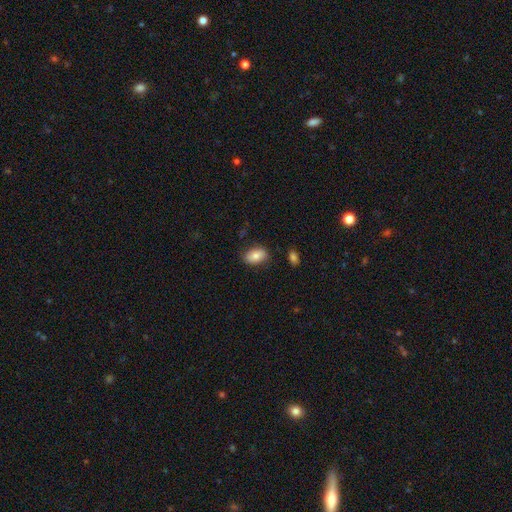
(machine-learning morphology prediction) This appears to be a smooth galaxy with no disk features (82%) that is in between round and cigar-shaped (91%). Merging: none (83%).